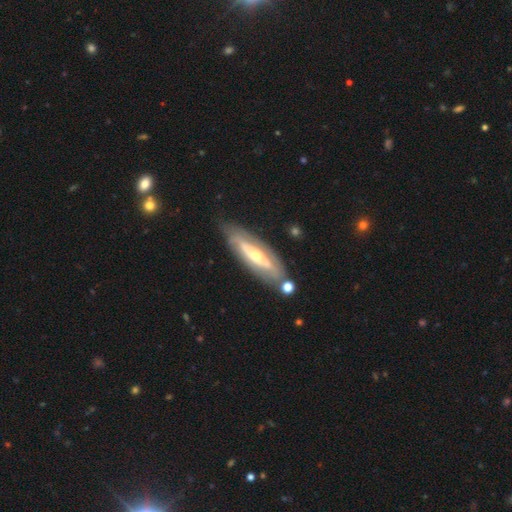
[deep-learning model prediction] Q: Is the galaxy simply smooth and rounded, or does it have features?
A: featured or disk — 71%.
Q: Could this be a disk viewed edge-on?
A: no — 70%.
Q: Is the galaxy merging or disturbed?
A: none — 74%.